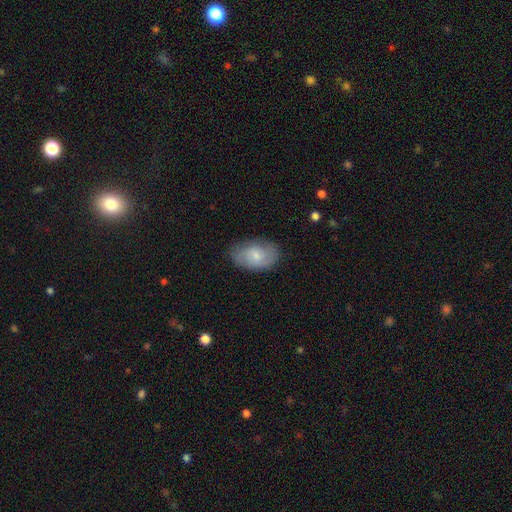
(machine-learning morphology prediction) Smooth or featured: smooth — 60% (featured or disk — 33%)
How rounded: in between — 89% (round — 9%)
Merging: none — 76% (minor disturbance — 18%)